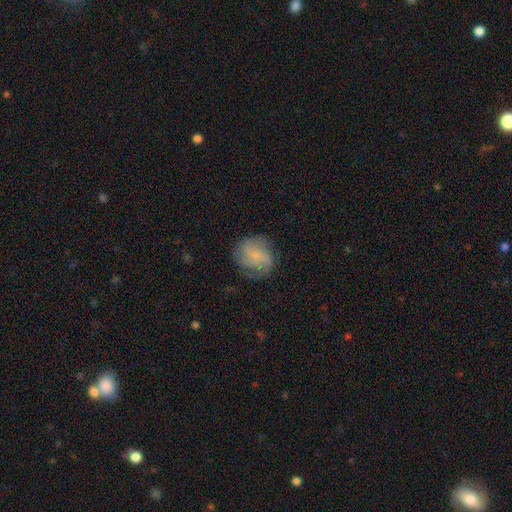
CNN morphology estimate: A smooth galaxy with no disk features (52%) that is round (77%). Merging: none (68%).